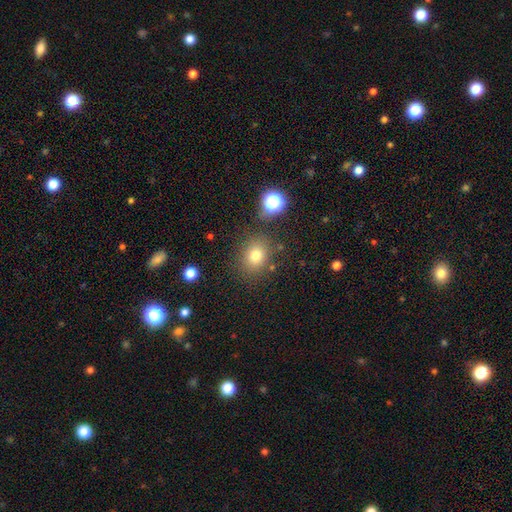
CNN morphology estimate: Q: Smooth or featured?
A: smooth (76%); runner-up: star or artifact (16%)
Q: How rounded?
A: round (64%); runner-up: in between (35%)
Q: Merging?
A: none (80%); runner-up: minor disturbance (11%)